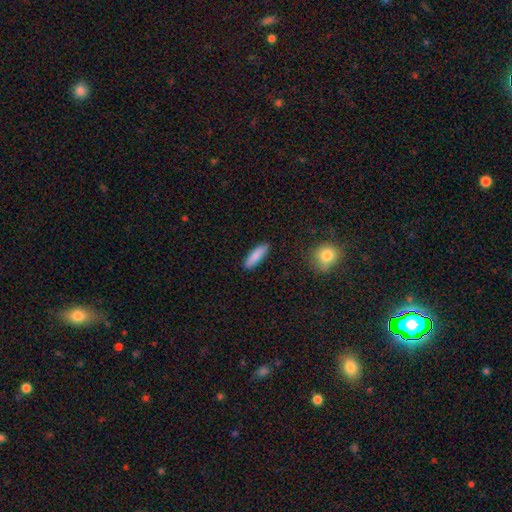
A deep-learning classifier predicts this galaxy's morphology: smooth_or_featured: smooth (p=0.86) [alt: featured or disk p=0.08]
how_rounded: cigar-shaped (p=0.61) [alt: in between p=0.37]
merging: none (p=0.89) [alt: minor disturbance p=0.08]